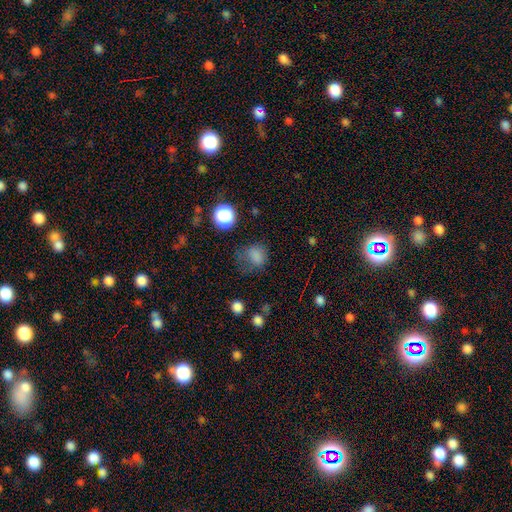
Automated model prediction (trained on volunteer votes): This is likely a smooth galaxy (75%). How rounded: possibly round (59%). Merging: possibly none (50%).